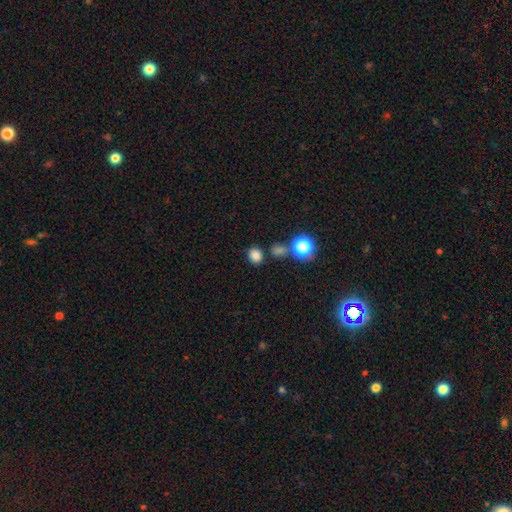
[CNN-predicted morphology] Smooth or featured: smooth — 80% (star or artifact — 16%)
How rounded: round — 74% (in between — 25%)
Merging: none — 79% (minor disturbance — 10%)